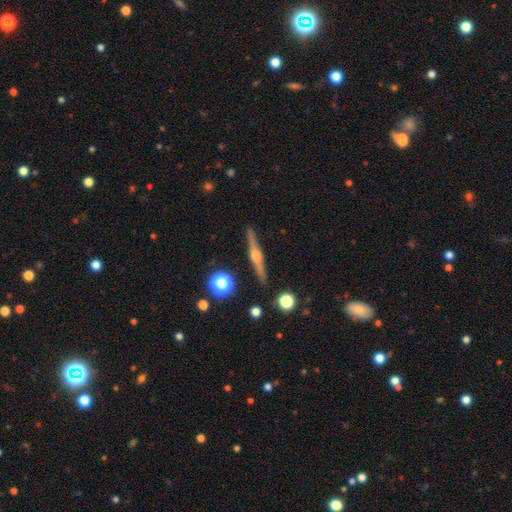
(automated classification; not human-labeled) A featured or disk galaxy (77%) viewed edge-on (98%) with a rounded central bulge (92%). Merging: none (91%).